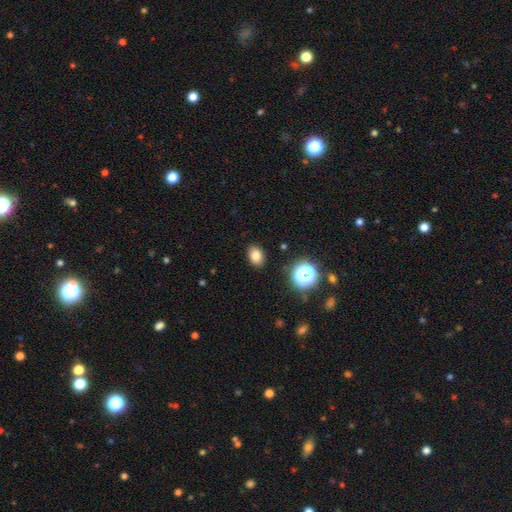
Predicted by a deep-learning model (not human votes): Smooth or featured: smooth — 81% (star or artifact — 14%)
How rounded: in between — 67% (round — 32%)
Merging: none — 88% (minor disturbance — 8%)